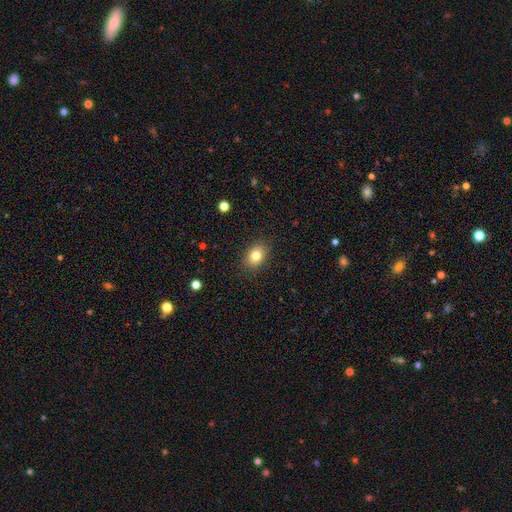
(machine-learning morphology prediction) A smooth galaxy with no disk features (81%) that is in between round and cigar-shaped (69%).

Vote fractions:
- Smooth or featured? smooth: 81% / star or artifact: 10% / featured or disk: 9%
- How rounded? in between: 69% / round: 30% / cigar-shaped: 1%
- Merging? none: 88% / minor disturbance: 9% / major disturbance: 2% / merger: 1%